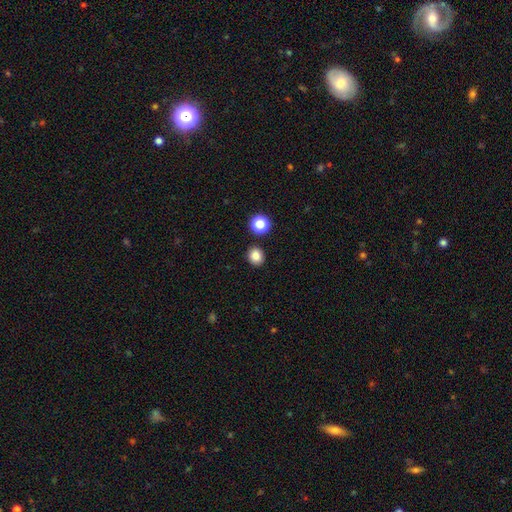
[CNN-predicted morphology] smooth_or_featured: smooth (p=0.82) [alt: star or artifact p=0.12]
how_rounded: round (p=0.77) [alt: in between p=0.22]
merging: none (p=0.89) [alt: minor disturbance p=0.06]